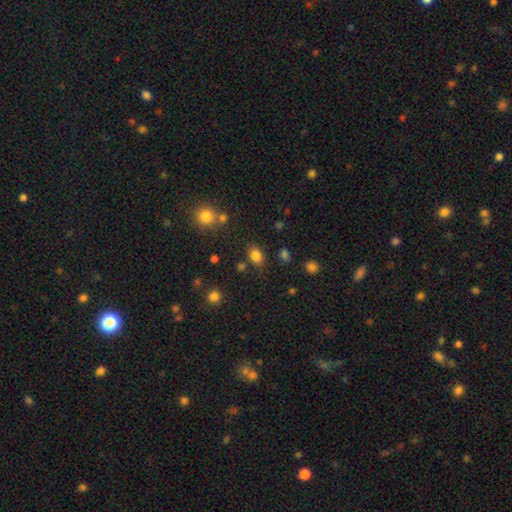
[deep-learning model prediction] Smooth or featured?
  - smooth: 81% *
  - star or artifact: 13%
  - featured or disk: 6%
How rounded?
  - in between: 65% *
  - round: 33%
  - cigar-shaped: 1%
Merging?
  - none: 75% *
  - minor disturbance: 14%
  - merger: 7%
  - major disturbance: 4%